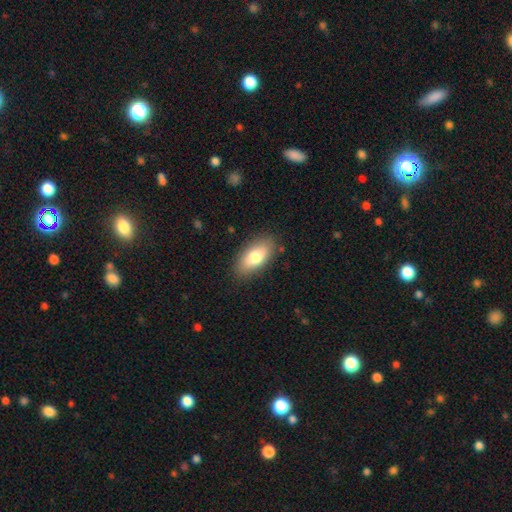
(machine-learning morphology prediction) smooth 76%, featured or disk 16%, star or artifact 8%. Down the decision tree: how rounded — in between (89%); merging — none (87%).